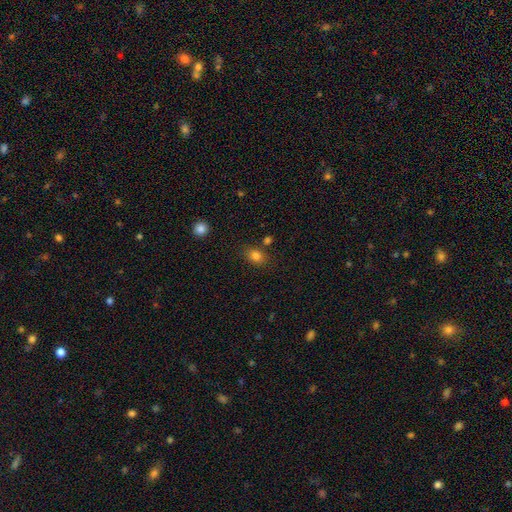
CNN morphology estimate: A smooth galaxy with no disk features (82%) that is in between round and cigar-shaped (60%).

Vote fractions:
- Smooth or featured? smooth: 82% / star or artifact: 12% / featured or disk: 6%
- How rounded? in between: 60% / round: 39% / cigar-shaped: 1%
- Merging? none: 76% / minor disturbance: 13% / merger: 8% / major disturbance: 4%